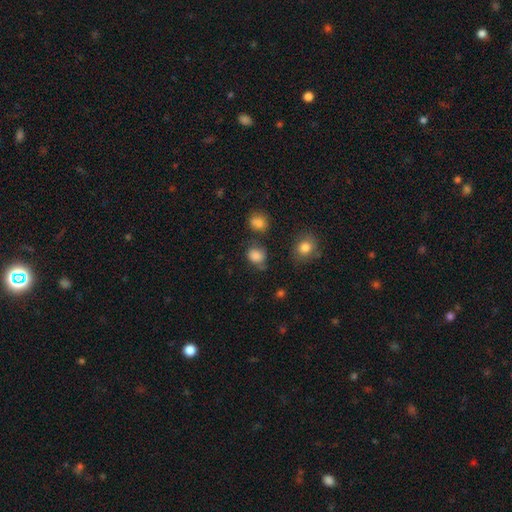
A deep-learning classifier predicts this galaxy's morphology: A smooth galaxy with no disk features (81%) that is round (67%).

Vote fractions:
- Smooth or featured? smooth: 81% / star or artifact: 12% / featured or disk: 6%
- How rounded? round: 67% / in between: 32% / cigar-shaped: 1%
- Merging? none: 61% / minor disturbance: 22% / major disturbance: 9% / merger: 8%